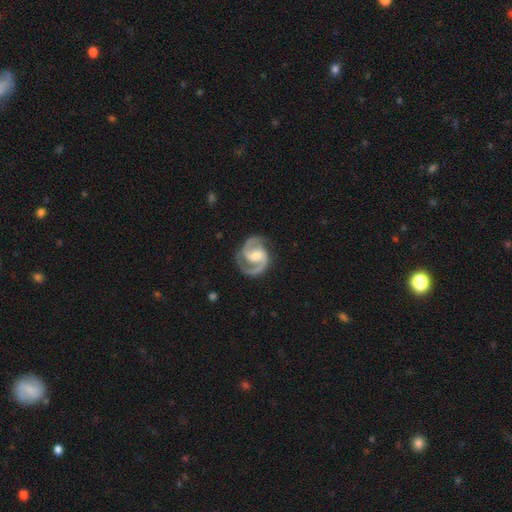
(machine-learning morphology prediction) featured or disk 92%, smooth 4%, star or artifact 4%. Down the decision tree: edge-on disk — no (98%); bar — weak (48%); spiral arms — yes (98%); spiral arm count — 2 (93%); spiral winding — medium (62%); bulge size — moderate (58%); merging — none (81%).